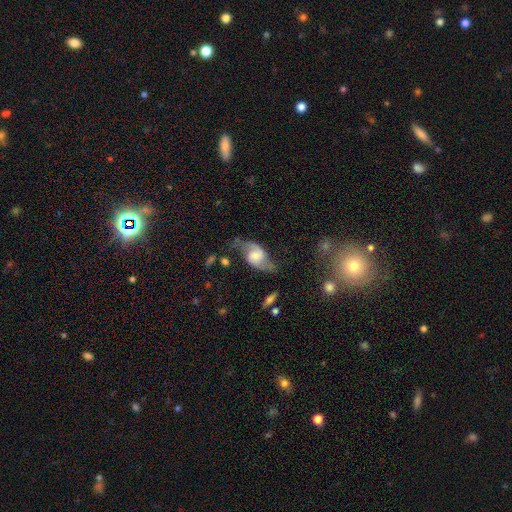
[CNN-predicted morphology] Smooth or featured? Predicted: featured or disk (p=0.78). Edge-on disk? Predicted: no (p=0.95). Bar? Predicted: no (p=0.44). Spiral arms? Predicted: yes (p=0.93). Spiral winding? Predicted: loose (p=0.65). Spiral arm count? Predicted: 2 (p=0.91). Bulge size? Predicted: moderate (p=0.35). Merging? Predicted: none (p=0.58).